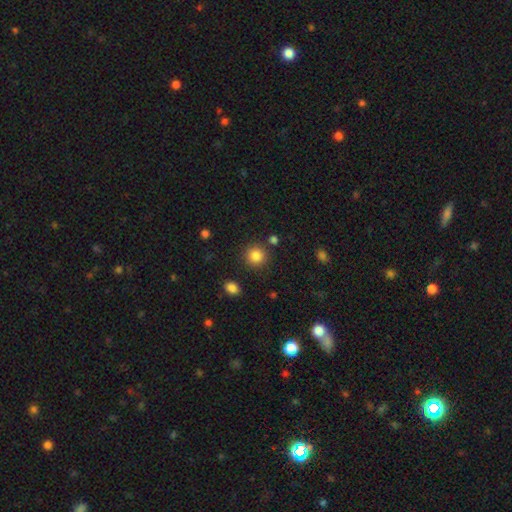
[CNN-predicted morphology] smooth_or_featured: smooth (p=0.86) [alt: star or artifact p=0.10]
how_rounded: round (p=0.92) [alt: in between p=0.07]
merging: none (p=0.86) [alt: minor disturbance p=0.07]